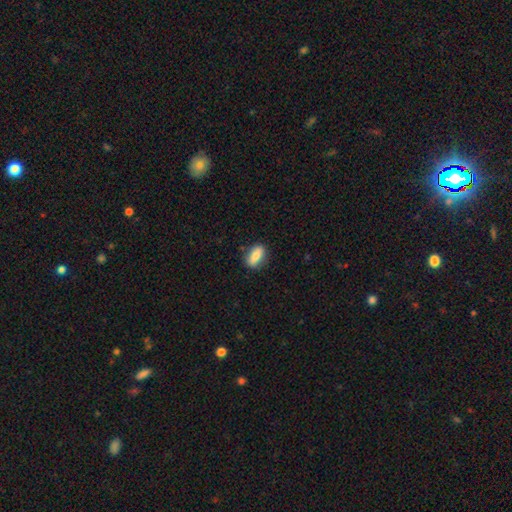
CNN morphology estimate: This appears to be a smooth galaxy with no disk features (79%) that is in between round and cigar-shaped (80%). Merging: none (83%).